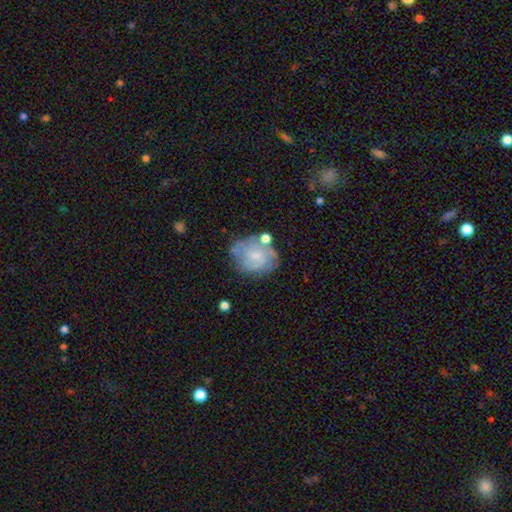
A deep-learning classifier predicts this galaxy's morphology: The model was most divided on "smooth or featured": featured or disk: 56%, smooth: 35%, star or artifact: 8%. More confident: edge-on disk — no (98%); bar — no (73%); spiral arms — yes (68%); bulge size — small (58%); merging — none (55%).